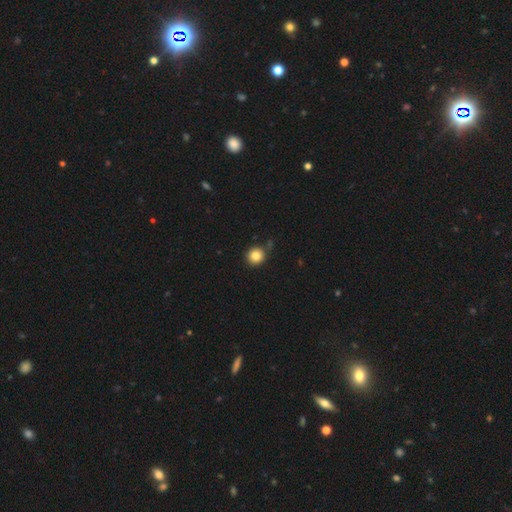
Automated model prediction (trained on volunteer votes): Smooth or featured: smooth — 85% (star or artifact — 10%)
How rounded: round — 91% (in between — 8%)
Merging: none — 83% (minor disturbance — 10%)